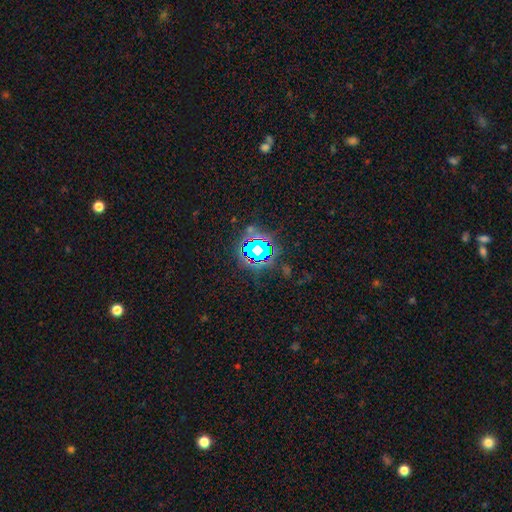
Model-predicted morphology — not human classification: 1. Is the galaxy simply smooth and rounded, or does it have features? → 75% star or artifact, 15% smooth, 10% featured or disk.